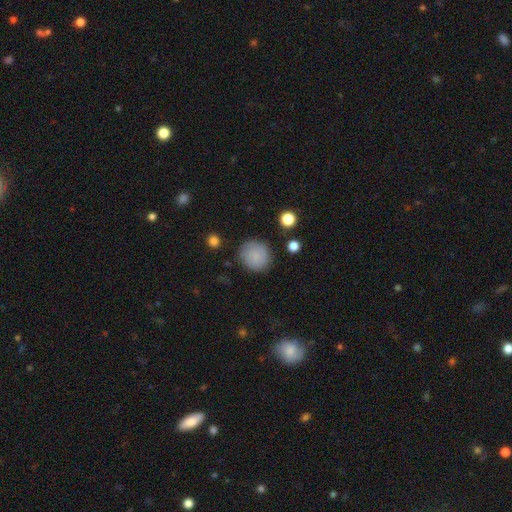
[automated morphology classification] A smooth galaxy with no disk features (84%) that is round (90%).

Vote fractions:
- Smooth or featured? smooth: 84% / star or artifact: 8% / featured or disk: 7%
- How rounded? round: 90% / in between: 9% / cigar-shaped: 1%
- Merging? none: 84% / minor disturbance: 11% / major disturbance: 3% / merger: 2%